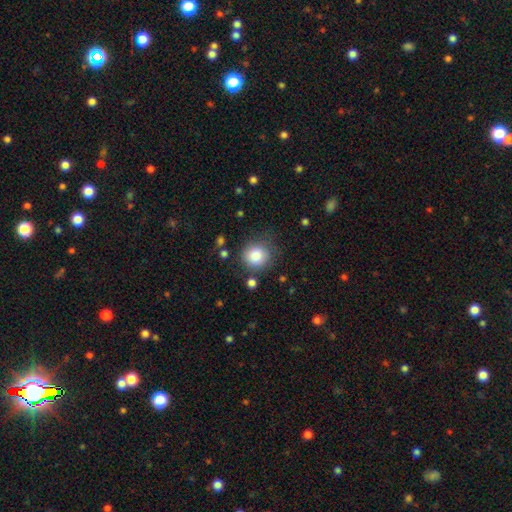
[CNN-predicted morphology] Overall: smooth (84%). How rounded: round (89%). Merging: none (78%).